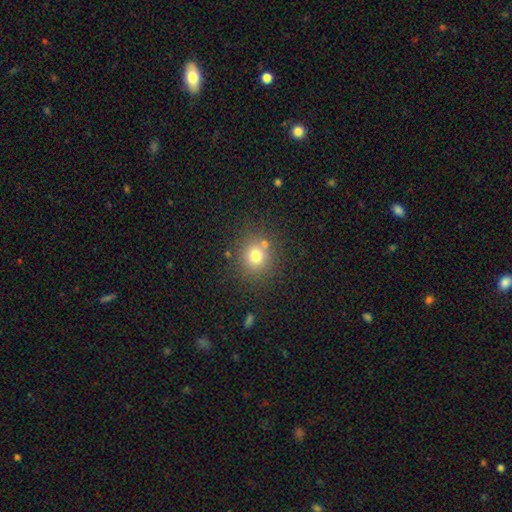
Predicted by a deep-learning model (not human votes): The model was most divided on "smooth or featured": smooth: 75%, star or artifact: 15%, featured or disk: 10%. More confident: how rounded — round (85%); merging — none (76%).